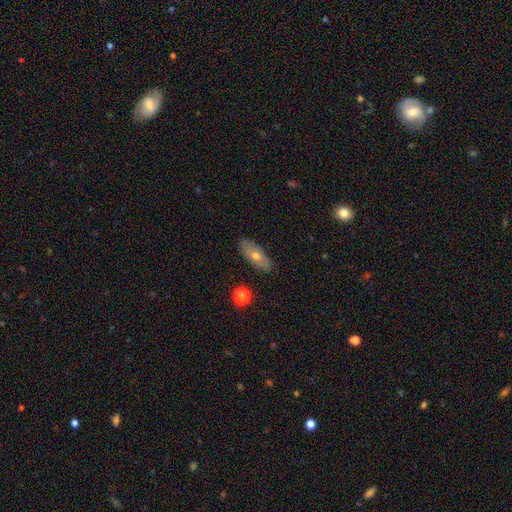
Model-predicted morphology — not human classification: Overall: smooth (56%; featured or disk 35%). How rounded: in between (73%). Merging: none (86%).